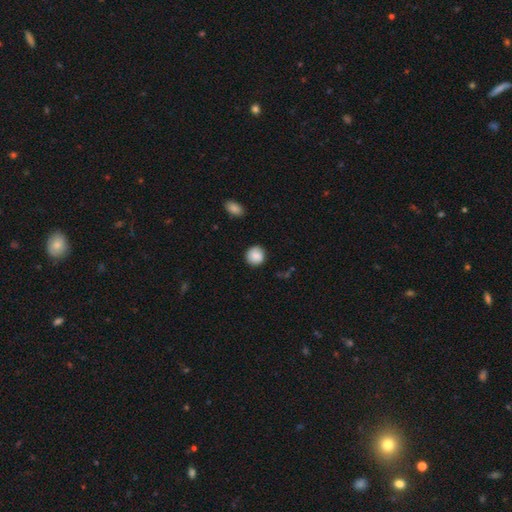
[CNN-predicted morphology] A smooth galaxy with no disk features (88%) that is round (90%). Merging: none (88%).